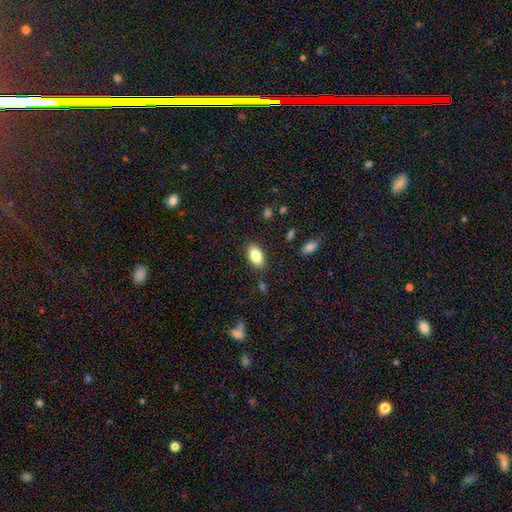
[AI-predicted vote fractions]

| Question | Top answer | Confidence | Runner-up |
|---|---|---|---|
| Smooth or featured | smooth | 84% | featured or disk (9%) |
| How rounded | in between | 92% | cigar-shaped (5%) |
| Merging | none | 86% | minor disturbance (10%) |